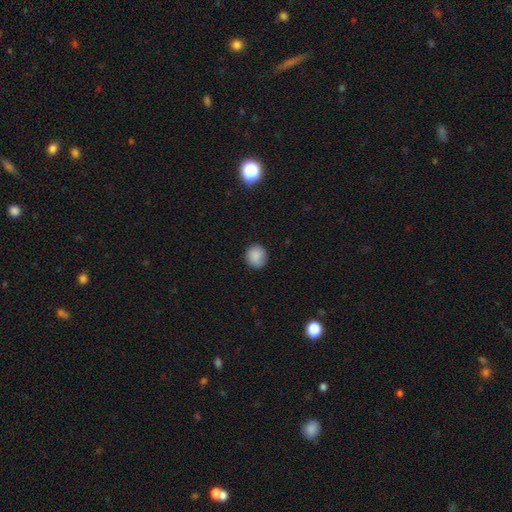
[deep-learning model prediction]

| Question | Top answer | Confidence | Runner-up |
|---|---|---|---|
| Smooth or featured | smooth | 87% | star or artifact (9%) |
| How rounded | round | 87% | in between (12%) |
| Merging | none | 84% | minor disturbance (12%) |